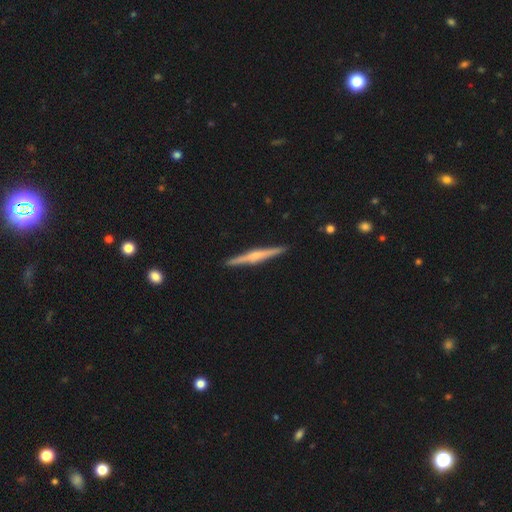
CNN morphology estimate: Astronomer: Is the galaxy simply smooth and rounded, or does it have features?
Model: featured or disk — 71%.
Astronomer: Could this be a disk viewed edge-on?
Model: yes — 98%.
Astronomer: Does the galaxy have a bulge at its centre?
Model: rounded — 72%.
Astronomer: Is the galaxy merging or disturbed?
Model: none — 92%.